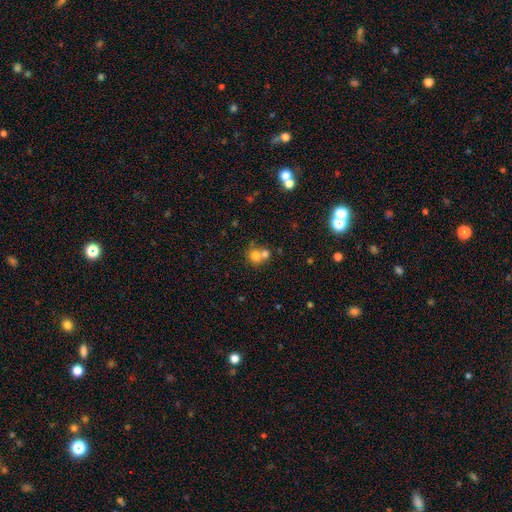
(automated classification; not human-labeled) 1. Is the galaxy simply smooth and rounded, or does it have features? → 74% smooth, 13% star or artifact, 13% featured or disk.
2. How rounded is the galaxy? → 82% round, 17% in between, 1% cigar-shaped.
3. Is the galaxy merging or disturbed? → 51% merger, 39% none, 7% minor disturbance, 3% major disturbance.